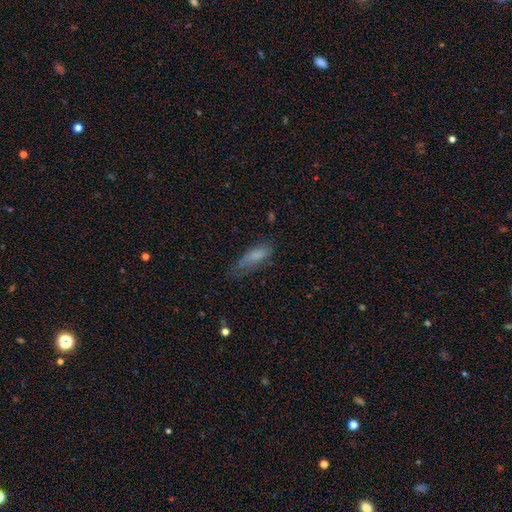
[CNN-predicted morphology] A smooth galaxy with no disk features (75%) that is in between round and cigar-shaped (54%). Merging: none (48%).